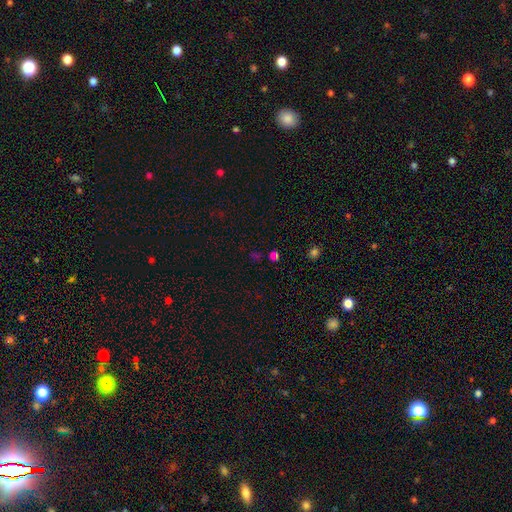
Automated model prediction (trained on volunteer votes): Overall: star or artifact (51%; smooth 42%).